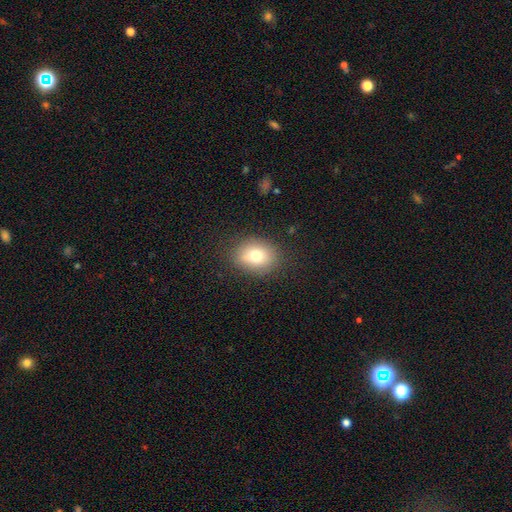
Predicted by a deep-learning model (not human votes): Q: Smooth or featured?
A: smooth (76%); runner-up: featured or disk (13%)
Q: How rounded?
A: in between (50%); runner-up: round (49%)
Q: Merging?
A: none (84%); runner-up: minor disturbance (11%)